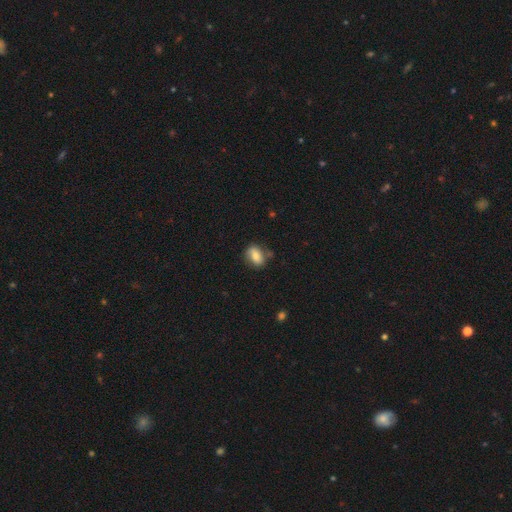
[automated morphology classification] smooth_or_featured: smooth (p=0.73) [alt: featured or disk p=0.19]
how_rounded: in between (p=0.79) [alt: round p=0.18]
merging: none (p=0.66) [alt: minor disturbance p=0.23]